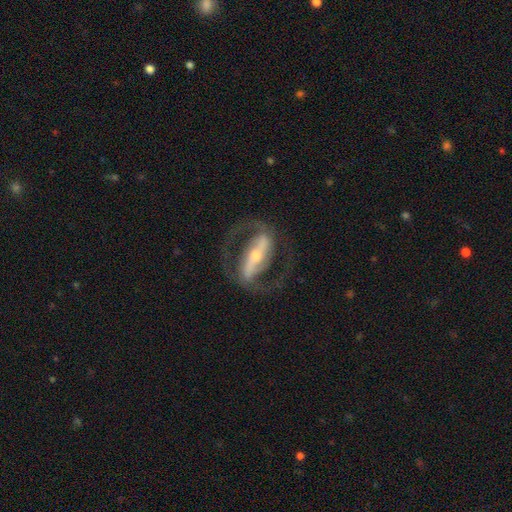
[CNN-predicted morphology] Smooth or featured? featured or disk (89%)
Edge-on disk? no (93%)
Bar? strong (75%)
Spiral arms? yes (91%)
Spiral winding? medium (58%)
Spiral arm count? 2 (92%)
Bulge size? small (51%)
Merging? none (77%)